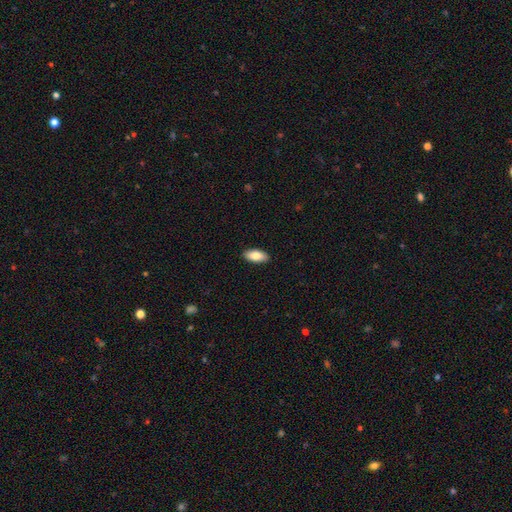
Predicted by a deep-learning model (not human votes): smooth_or_featured: smooth (p=0.83) [alt: featured or disk p=0.11]
how_rounded: in between (p=0.90) [alt: cigar-shaped p=0.07]
merging: none (p=0.90) [alt: minor disturbance p=0.07]